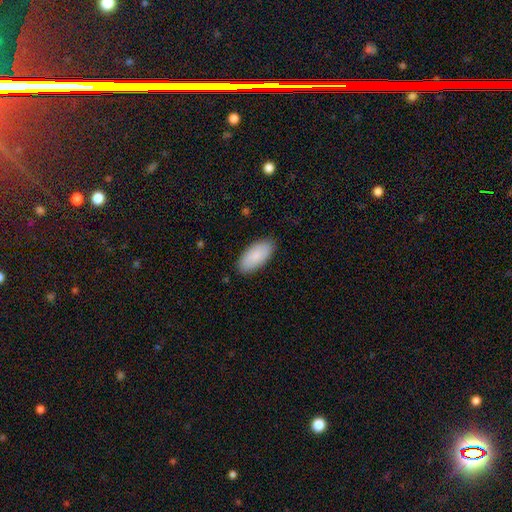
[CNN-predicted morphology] A smooth galaxy with no disk features (87%) that is in between round and cigar-shaped (93%). Merging: none (87%).